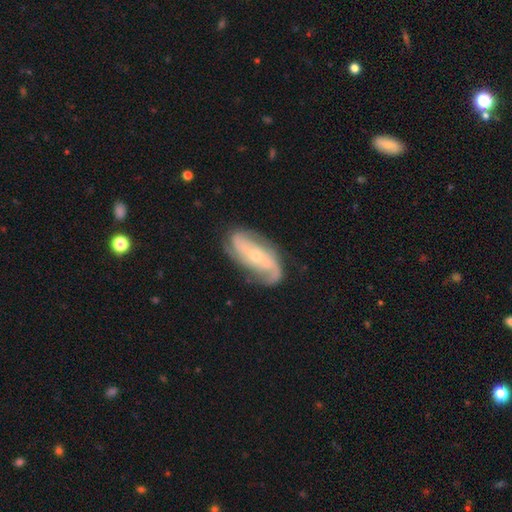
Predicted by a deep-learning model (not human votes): smooth_or_featured: featured or disk (p=0.84) [alt: smooth p=0.10]
disk_edge_on: no (p=0.94) [alt: yes p=0.06]
bar: no (p=0.52) [alt: weak p=0.29]
has_spiral_arms: yes (p=0.95) [alt: no p=0.05]
spiral_winding: medium (p=0.40) [alt: loose p=0.31]
spiral_arm_count: 2 (p=0.64) [alt: can't tell p=0.13]
bulge_size: small (p=0.64) [alt: moderate p=0.33]
merging: none (p=0.73) [alt: minor disturbance p=0.18]